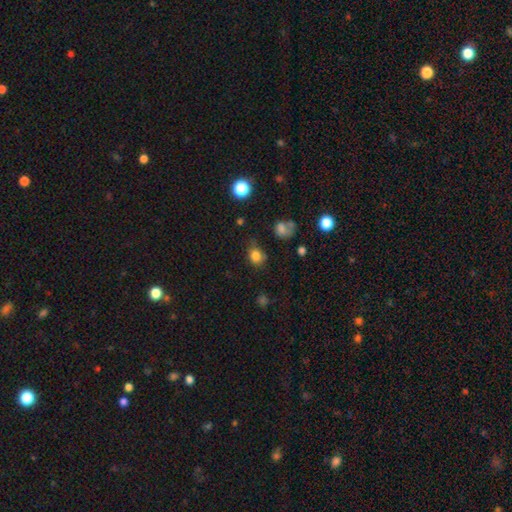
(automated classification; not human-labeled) A smooth galaxy with no disk features (80%) that is round (61%). Merging: none (63%).